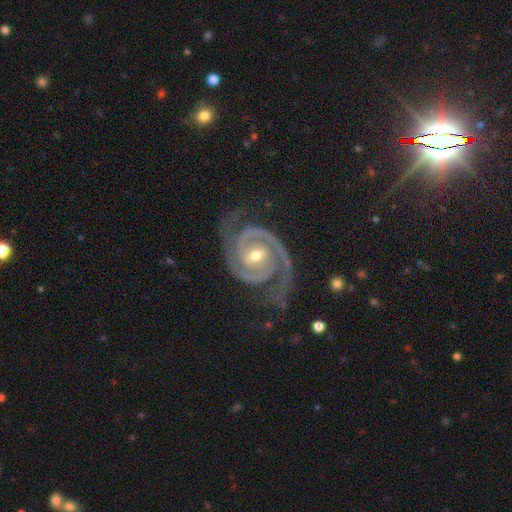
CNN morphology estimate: smooth_or_featured: featured or disk (p=0.94) [alt: star or artifact p=0.04]
disk_edge_on: no (p=0.98) [alt: yes p=0.02]
bar: weak (p=0.42) [alt: no p=0.33]
has_spiral_arms: yes (p=0.99) [alt: no p=0.01]
spiral_winding: tight (p=0.62) [alt: medium p=0.33]
spiral_arm_count: 2 (p=0.92) [alt: 3 p=0.03]
bulge_size: moderate (p=0.65) [alt: small p=0.31]
merging: none (p=0.78) [alt: minor disturbance p=0.15]